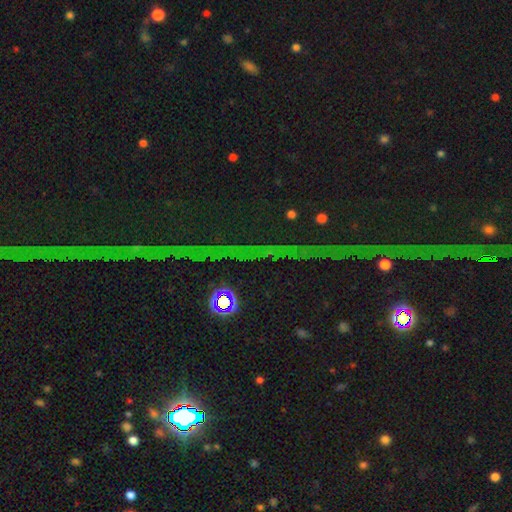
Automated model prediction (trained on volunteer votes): This appears to be a star or artifact, not a galaxy (82%).